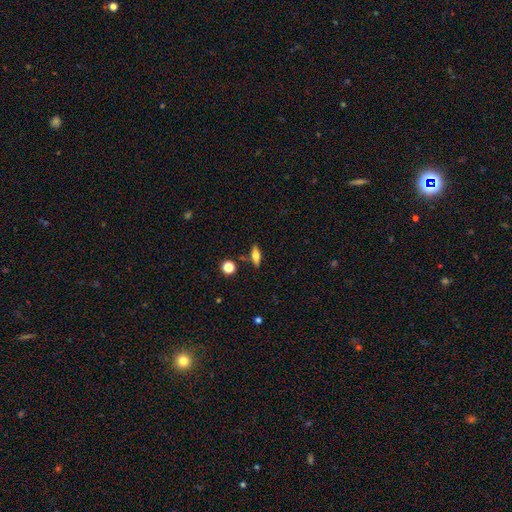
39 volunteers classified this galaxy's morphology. Smooth or featured?
  - smooth: 74% *
  - featured or disk: 21%
  - star or artifact: 5%
How rounded?
  - cigar-shaped: 66% *
  - in between: 28%
  - round: 7%
Merging?
  - none: 73% *
  - major disturbance: 14%
  - minor disturbance: 8%
  - merger: 5%